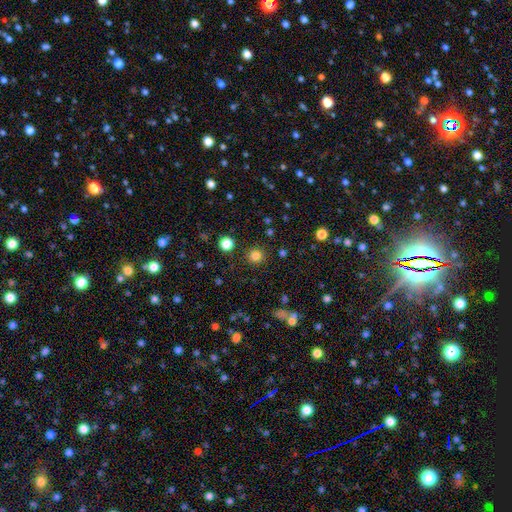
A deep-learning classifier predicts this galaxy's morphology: smooth_or_featured: smooth (p=0.82) [alt: star or artifact p=0.14]
how_rounded: round (p=0.93) [alt: in between p=0.06]
merging: none (p=0.89) [alt: minor disturbance p=0.06]